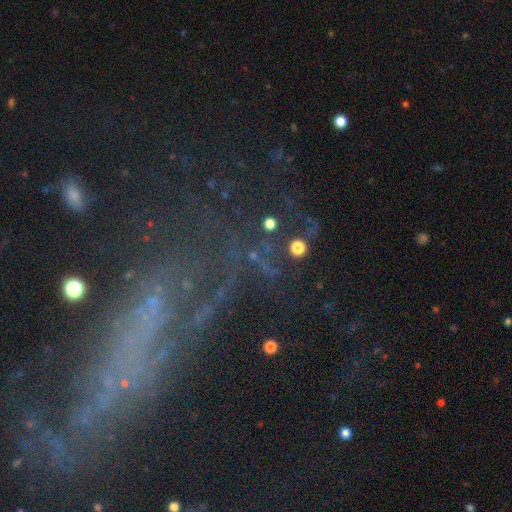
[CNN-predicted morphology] A star or artifact, not a galaxy (43%).